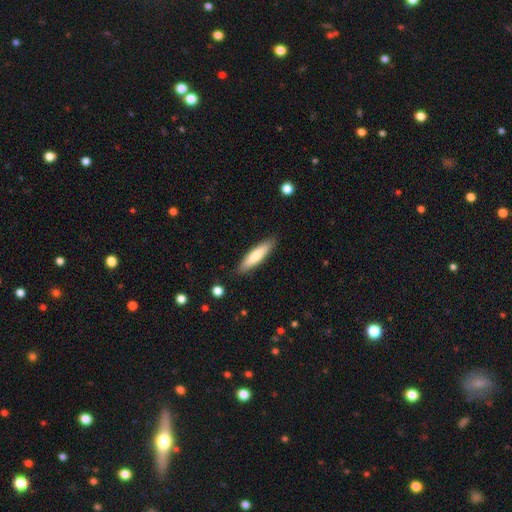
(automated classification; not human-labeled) Smooth or featured? smooth (73%)
How rounded? cigar-shaped (76%)
Merging? none (88%)